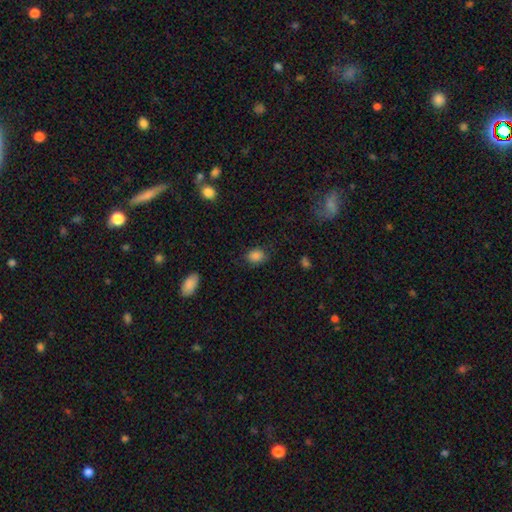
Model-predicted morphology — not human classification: A smooth galaxy with no disk features (85%) that is in between round and cigar-shaped (64%). Merging: none (76%).